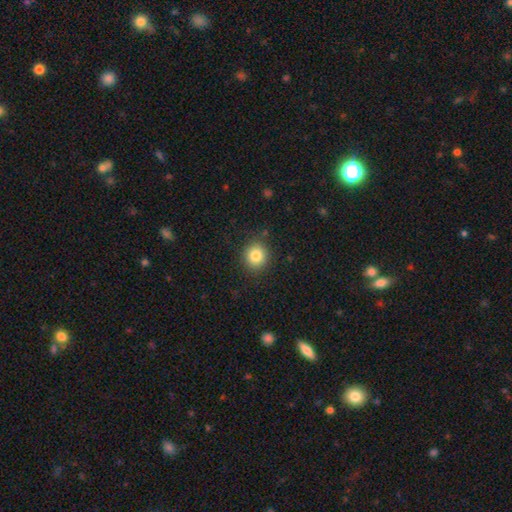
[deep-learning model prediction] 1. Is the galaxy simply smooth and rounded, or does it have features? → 83% smooth, 11% star or artifact, 7% featured or disk.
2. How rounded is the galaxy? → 88% round, 12% in between, 1% cigar-shaped.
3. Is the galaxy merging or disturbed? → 88% none, 8% minor disturbance, 2% major disturbance, 1% merger.